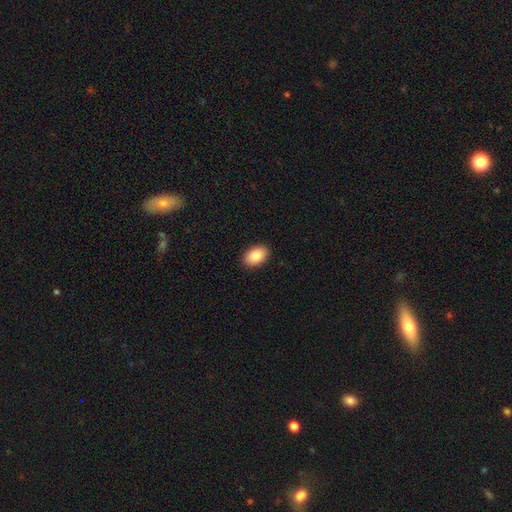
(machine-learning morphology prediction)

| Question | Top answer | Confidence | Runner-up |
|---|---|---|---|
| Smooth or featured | smooth | 86% | featured or disk (7%) |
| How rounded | in between | 89% | round (10%) |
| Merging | none | 91% | minor disturbance (7%) |